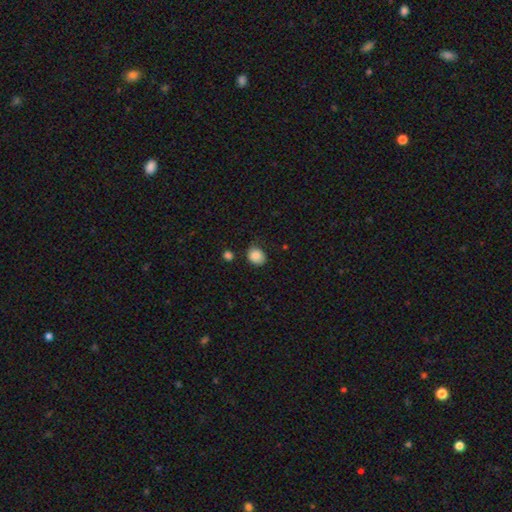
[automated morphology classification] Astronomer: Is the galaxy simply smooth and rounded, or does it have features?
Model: smooth — 84%.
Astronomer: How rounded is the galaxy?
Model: round — 58% (runner-up: in between, 41%).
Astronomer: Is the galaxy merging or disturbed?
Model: none — 73%.